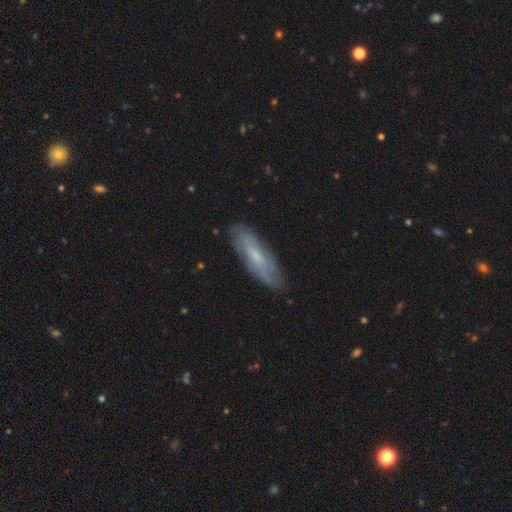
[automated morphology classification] smooth-or-featured: featured or disk: 49% | smooth: 44% | star or artifact: 7%
  merging: none: 81% | minor disturbance: 14% | major disturbance: 3% | merger: 1%